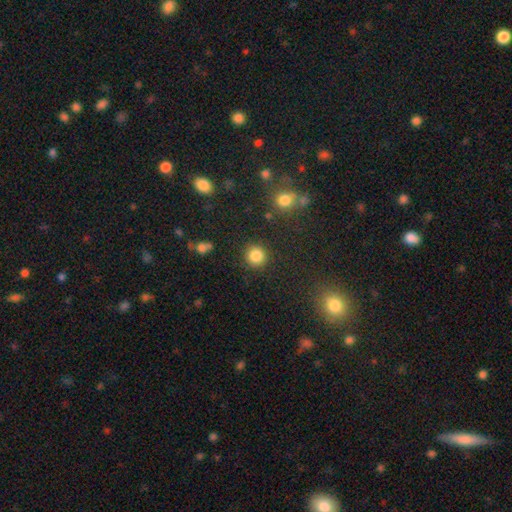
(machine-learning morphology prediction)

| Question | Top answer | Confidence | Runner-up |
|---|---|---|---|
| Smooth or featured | smooth | 84% | star or artifact (11%) |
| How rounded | round | 91% | in between (8%) |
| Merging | none | 88% | minor disturbance (7%) |